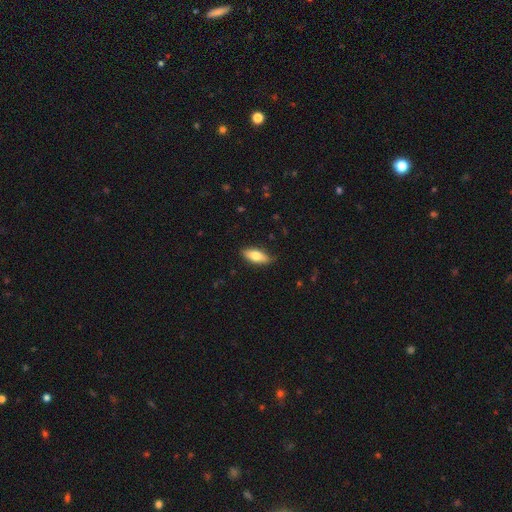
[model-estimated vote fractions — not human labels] This is likely a smooth galaxy (75%). How rounded: likely in between (77%). Merging: clearly none (85%).